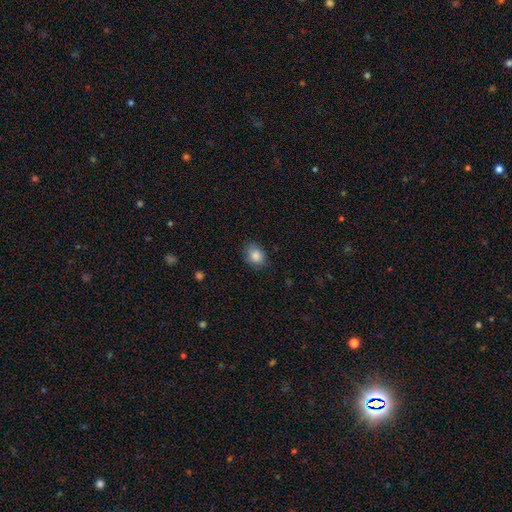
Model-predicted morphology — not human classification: Smooth or featured? smooth (86%)
How rounded? in between (65%)
Merging? none (79%)